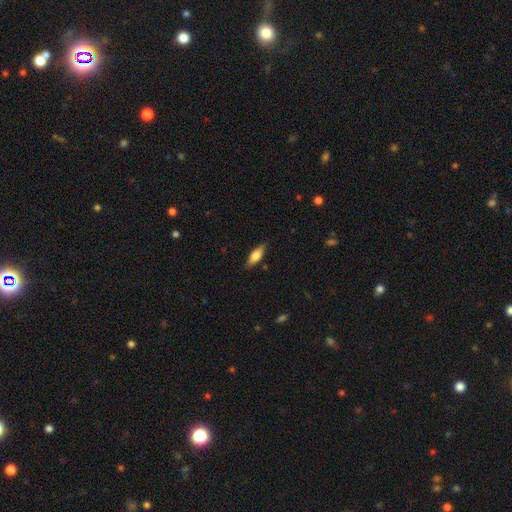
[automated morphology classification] smooth_or_featured: smooth (p=0.70) [alt: featured or disk p=0.24]
how_rounded: in between (p=0.62) [alt: cigar-shaped p=0.35]
merging: none (p=0.84) [alt: minor disturbance p=0.12]